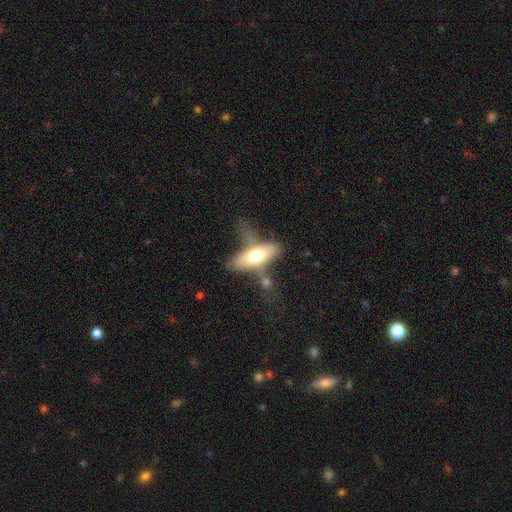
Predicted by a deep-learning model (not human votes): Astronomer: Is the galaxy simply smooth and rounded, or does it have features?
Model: smooth — 60%.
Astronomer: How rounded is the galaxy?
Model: in between — 66%.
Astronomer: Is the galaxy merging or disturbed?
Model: none — 36% (runner-up: minor disturbance, 24%).